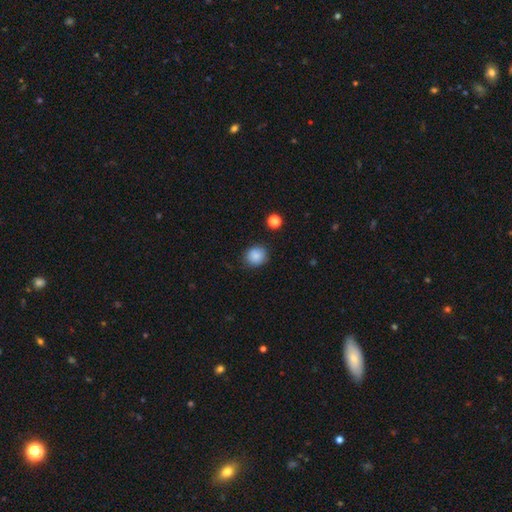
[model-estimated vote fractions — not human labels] A smooth galaxy with no disk features (86%) that is round (84%).

Vote fractions:
- Smooth or featured? smooth: 86% / star or artifact: 9% / featured or disk: 5%
- How rounded? round: 84% / in between: 15% / cigar-shaped: 1%
- Merging? none: 84% / minor disturbance: 11% / major disturbance: 3% / merger: 2%